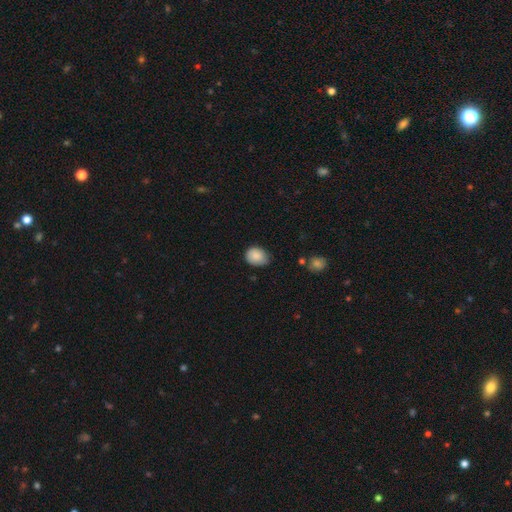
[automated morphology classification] The model was most divided on "how rounded": in between: 56%, round: 43%, cigar-shaped: 1%. More confident: smooth or featured — smooth (86%); merging — none (63%).